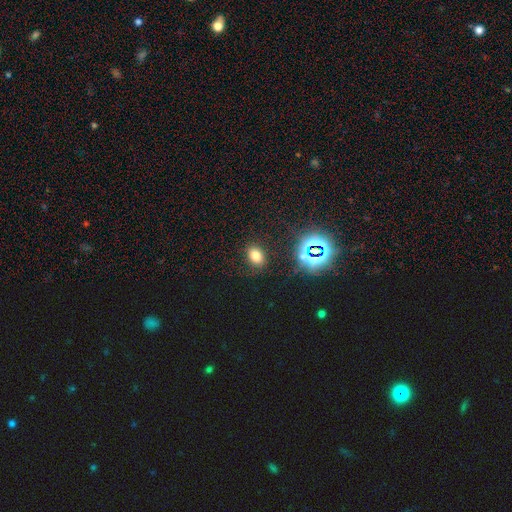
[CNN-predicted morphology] Overall: smooth (70%). How rounded: in between (69%; round 30%). Merging: none (85%).